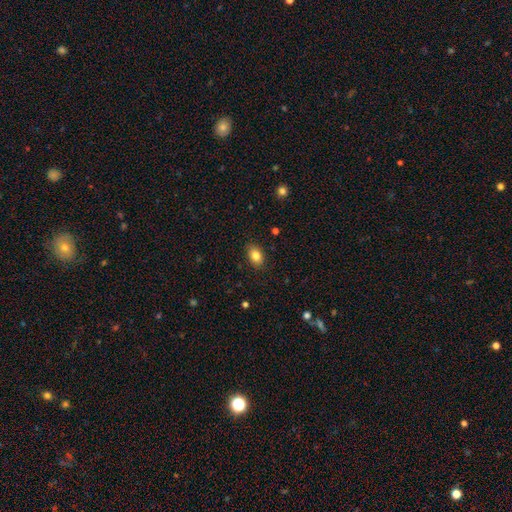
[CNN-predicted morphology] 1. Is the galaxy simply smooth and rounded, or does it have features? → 83% smooth, 9% star or artifact, 8% featured or disk.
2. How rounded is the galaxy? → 83% in between, 16% round, 1% cigar-shaped.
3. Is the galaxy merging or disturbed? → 87% none, 10% minor disturbance, 2% major disturbance, 1% merger.